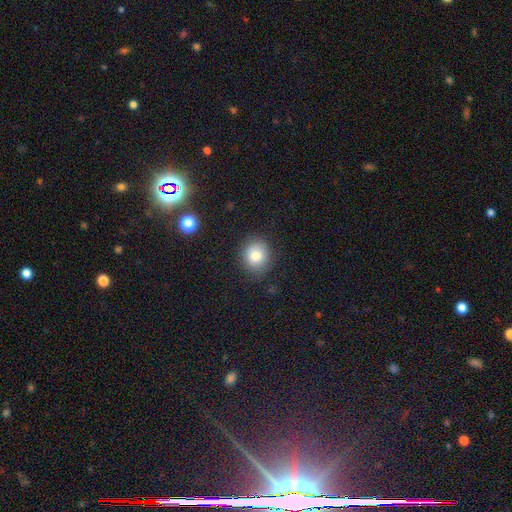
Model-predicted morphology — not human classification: type=smooth (80%); roundness=round (80%); merging=none (84%).